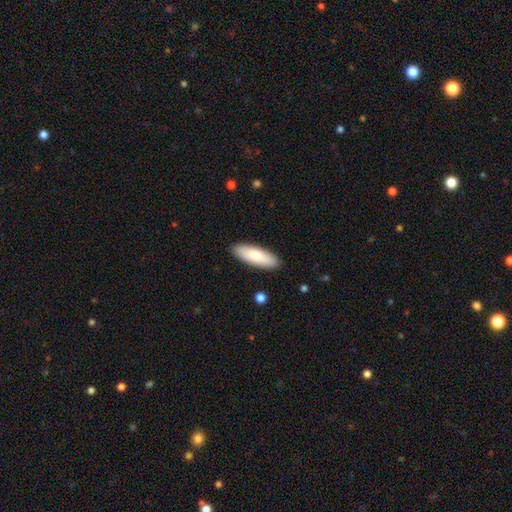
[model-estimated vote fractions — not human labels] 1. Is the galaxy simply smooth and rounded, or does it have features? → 82% smooth, 13% featured or disk, 5% star or artifact.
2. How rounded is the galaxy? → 57% in between, 42% cigar-shaped, 2% round.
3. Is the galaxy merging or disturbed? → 90% none, 8% minor disturbance, 2% major disturbance, 1% merger.